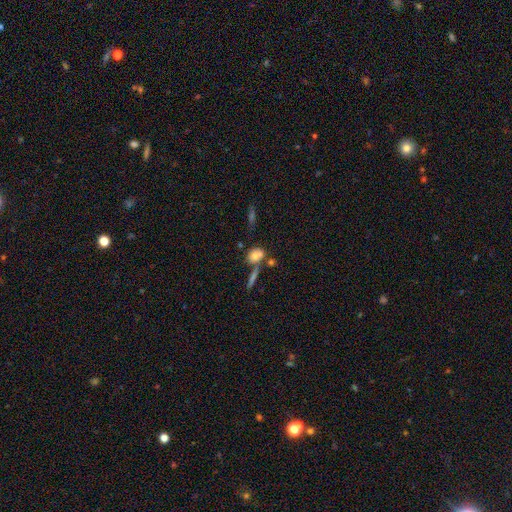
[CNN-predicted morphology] This is likely a smooth galaxy (71%). How rounded: possibly round (54%). Merging: possibly none (48%).